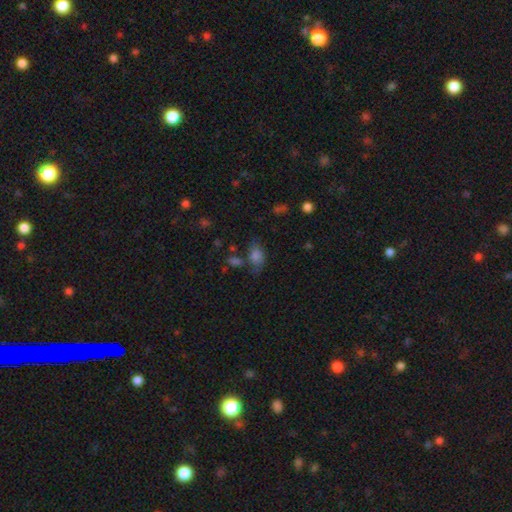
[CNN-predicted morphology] Smooth or featured: smooth — 70% (featured or disk — 15%)
How rounded: in between — 80% (round — 18%)
Merging: none — 51% (minor disturbance — 24%)